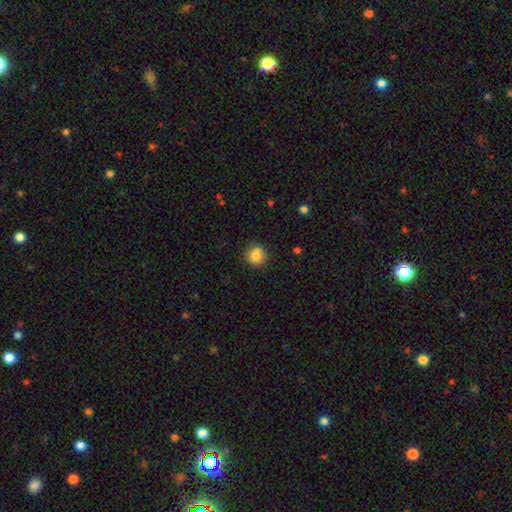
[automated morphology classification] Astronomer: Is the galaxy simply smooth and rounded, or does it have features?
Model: smooth — 79%.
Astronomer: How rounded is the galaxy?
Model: round — 90%.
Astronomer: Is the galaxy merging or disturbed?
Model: none — 66%.